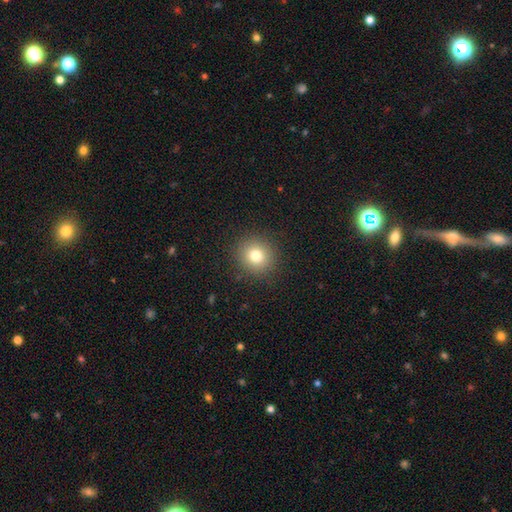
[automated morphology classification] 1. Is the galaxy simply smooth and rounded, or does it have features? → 79% smooth, 12% star or artifact, 9% featured or disk.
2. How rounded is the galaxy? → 90% round, 9% in between, 1% cigar-shaped.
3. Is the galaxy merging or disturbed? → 90% none, 6% minor disturbance, 3% major disturbance, 1% merger.